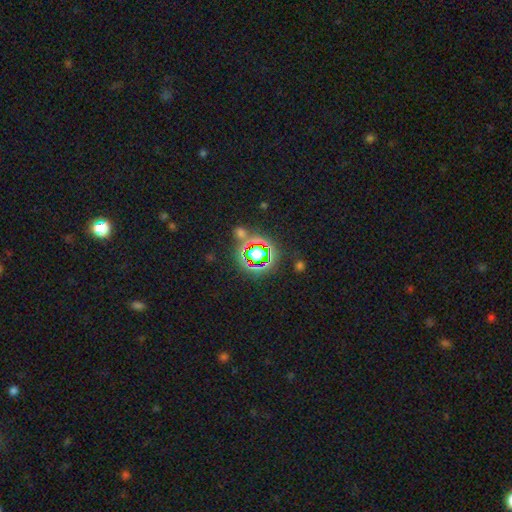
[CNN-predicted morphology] star or artifact 73%, smooth 19%, featured or disk 9%.